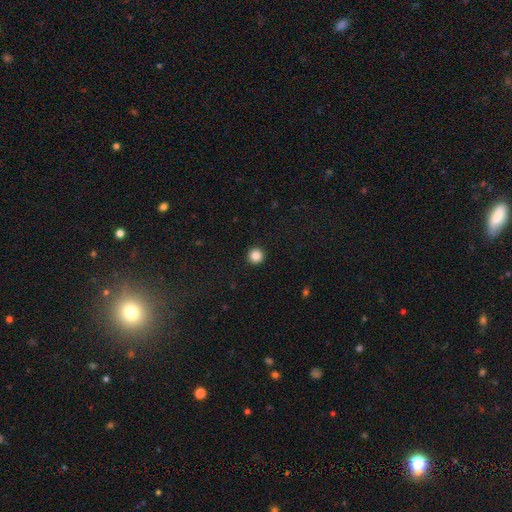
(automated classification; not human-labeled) This appears to be a smooth galaxy with no disk features (86%) that is round (96%). Merging: none (94%).